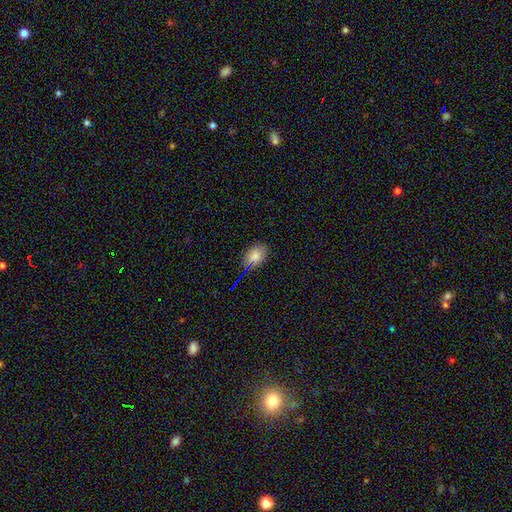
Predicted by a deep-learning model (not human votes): A smooth galaxy with no disk features (77%) that is in between round and cigar-shaped (78%). Merging: none (81%).